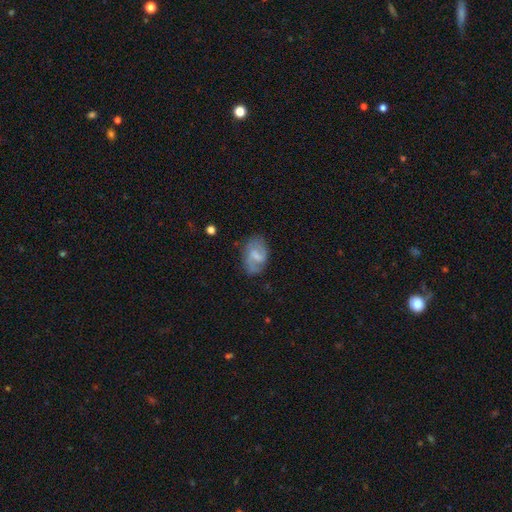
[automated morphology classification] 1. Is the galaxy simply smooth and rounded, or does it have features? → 57% featured or disk, 35% smooth, 7% star or artifact.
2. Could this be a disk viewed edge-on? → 97% no, 3% yes.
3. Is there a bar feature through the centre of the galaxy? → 56% weak, 24% strong, 20% no.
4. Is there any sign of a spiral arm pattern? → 77% yes, 23% no.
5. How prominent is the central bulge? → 39% none, 29% small, 26% moderate, 6% large, 1% dominant.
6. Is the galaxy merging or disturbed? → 64% none, 23% minor disturbance, 11% major disturbance, 2% merger.